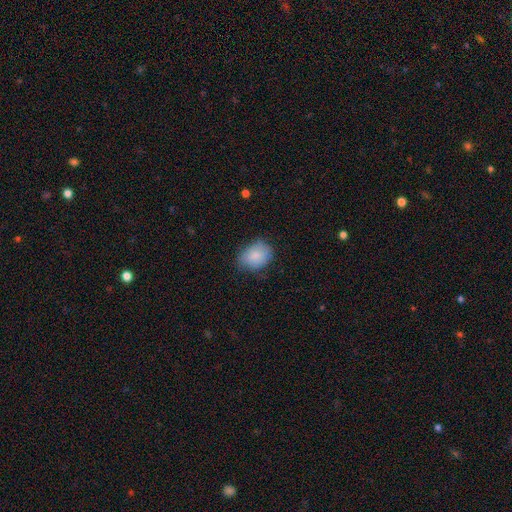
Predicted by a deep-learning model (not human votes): Smooth or featured? smooth (85%)
How rounded? in between (66%)
Merging? none (68%)